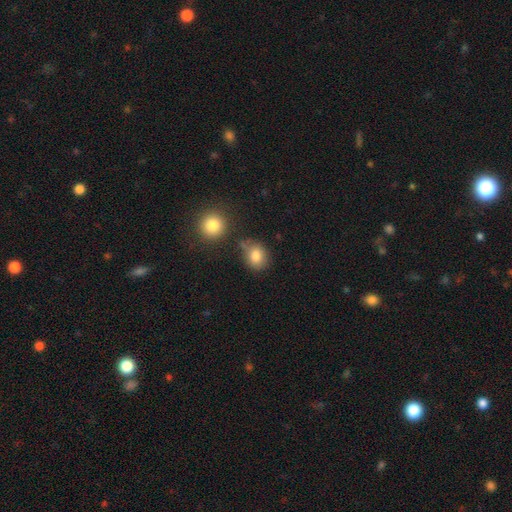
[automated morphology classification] Smooth or featured? smooth (82%)
How rounded? round (57%)
Merging? none (67%)